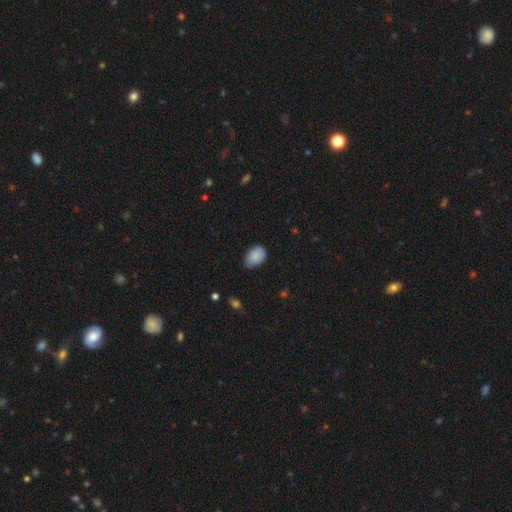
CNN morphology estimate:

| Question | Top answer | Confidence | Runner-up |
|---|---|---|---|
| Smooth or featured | smooth | 85% | featured or disk (8%) |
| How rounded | in between | 85% | round (14%) |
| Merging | none | 68% | minor disturbance (27%) |